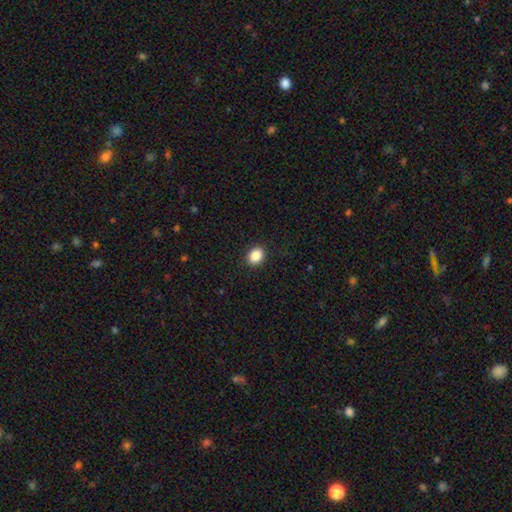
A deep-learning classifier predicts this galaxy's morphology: smooth-or-featured: smooth: 87% | star or artifact: 9% | featured or disk: 4%
  how-rounded: in between: 51% | round: 49% | cigar-shaped: 1%
  merging: none: 90% | minor disturbance: 7% | major disturbance: 2% | merger: 1%